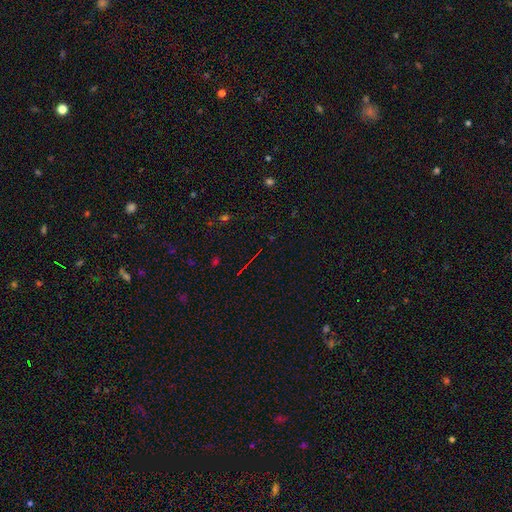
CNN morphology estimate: smooth-or-featured: star or artifact: 74% | smooth: 14% | featured or disk: 13%